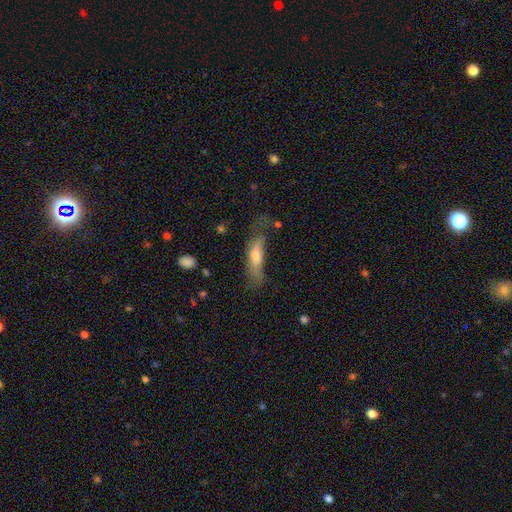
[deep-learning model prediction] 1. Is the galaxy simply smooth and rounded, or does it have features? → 59% smooth, 33% featured or disk, 8% star or artifact.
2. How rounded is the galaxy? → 57% cigar-shaped, 40% in between, 3% round.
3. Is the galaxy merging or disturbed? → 39% none, 29% minor disturbance, 27% major disturbance, 4% merger.